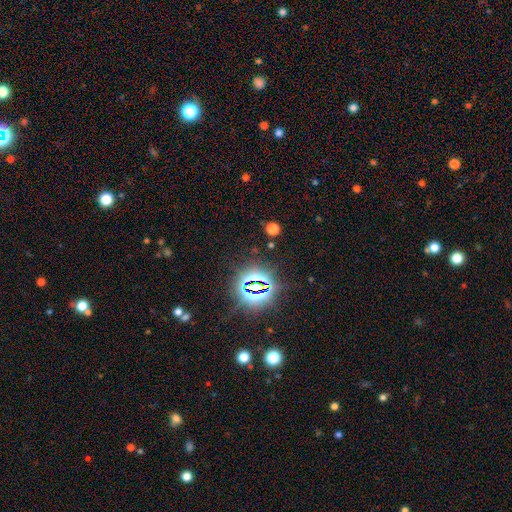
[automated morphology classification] smooth-or-featured: star or artifact: 82% | smooth: 11% | featured or disk: 7%